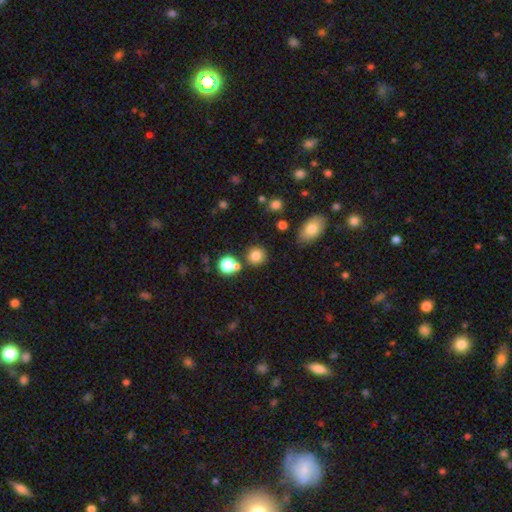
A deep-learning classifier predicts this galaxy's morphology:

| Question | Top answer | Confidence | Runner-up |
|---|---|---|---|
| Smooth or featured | smooth | 80% | star or artifact (14%) |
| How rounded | round | 88% | in between (11%) |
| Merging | none | 77% | merger (10%) |